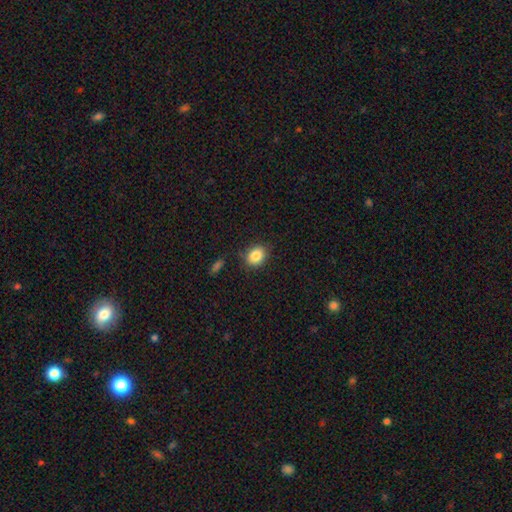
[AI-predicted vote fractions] smooth-or-featured: smooth: 85% | star or artifact: 9% | featured or disk: 6%
  how-rounded: in between: 56% | round: 43% | cigar-shaped: 1%
  merging: none: 82% | minor disturbance: 12% | major disturbance: 3% | merger: 2%